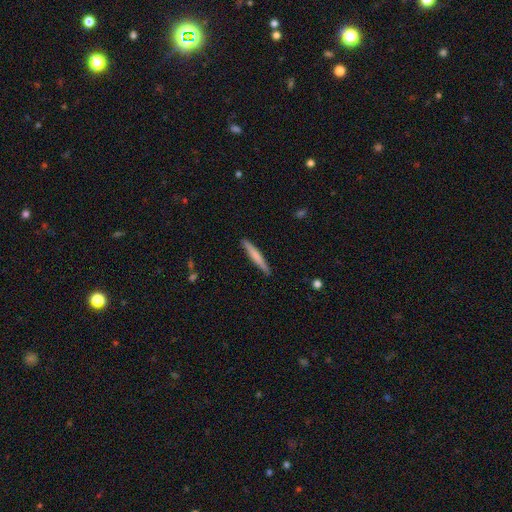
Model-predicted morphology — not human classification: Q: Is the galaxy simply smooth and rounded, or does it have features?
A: smooth — 65%.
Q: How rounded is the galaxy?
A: cigar-shaped — 95%.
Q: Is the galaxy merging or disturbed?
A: none — 90%.